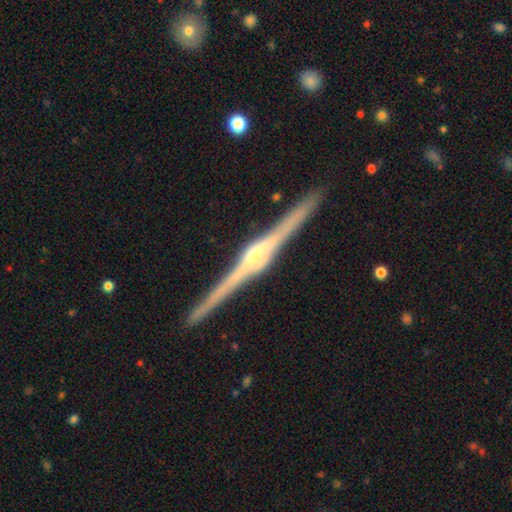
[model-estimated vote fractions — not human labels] Smooth or featured: featured or disk — 91% (smooth — 5%)
Edge-on disk: yes — 99% (no — 1%)
Edge-on bulge: rounded — 76% (boxy — 18%)
Merging: none — 93% (minor disturbance — 5%)